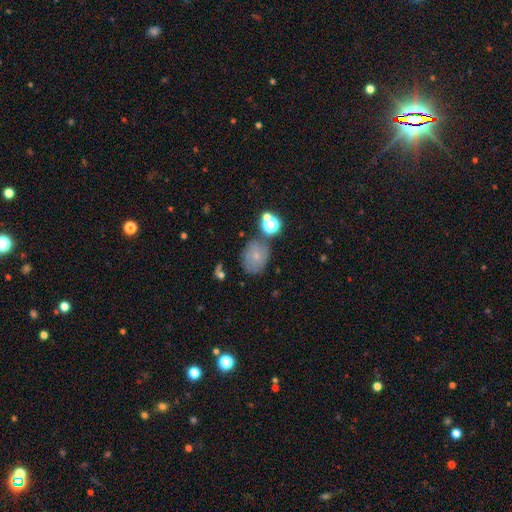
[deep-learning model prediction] A smooth galaxy with no disk features (51%) that is round (56%). Merging: none (70%).